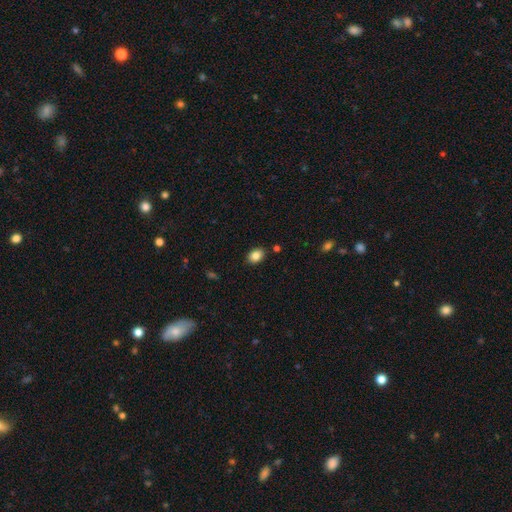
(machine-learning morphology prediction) Smooth or featured? Predicted: smooth (p=0.85). How rounded? Predicted: in between (p=0.75). Merging? Predicted: none (p=0.86).